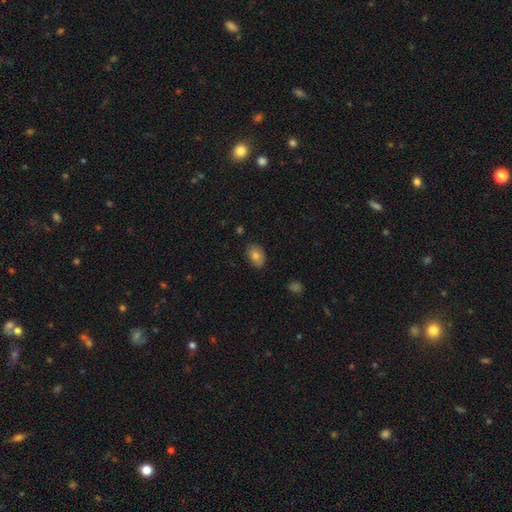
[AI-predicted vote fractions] The model was most divided on "smooth or featured": smooth: 81%, featured or disk: 11%, star or artifact: 8%. More confident: how rounded — in between (85%); merging — none (84%).